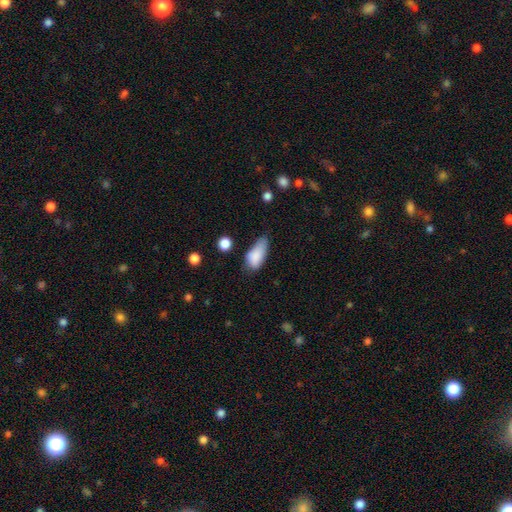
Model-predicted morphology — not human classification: smooth-or-featured: smooth: 84% | featured or disk: 8% | star or artifact: 8%
  how-rounded: in between: 87% | cigar-shaped: 10% | round: 4%
  merging: minor disturbance: 45% | none: 35% | major disturbance: 15% | merger: 4%